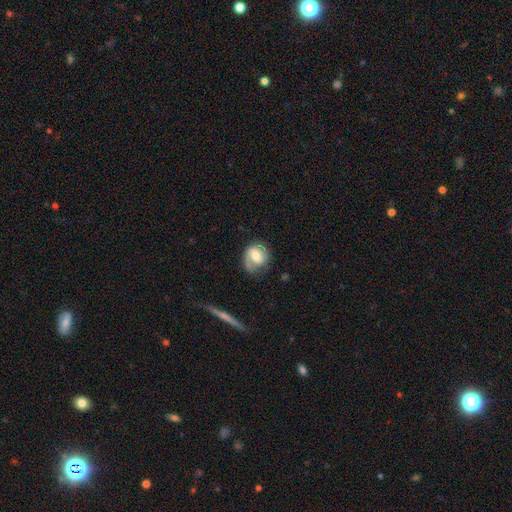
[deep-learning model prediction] Smooth or featured? Predicted: featured or disk (p=0.53). Edge-on disk? Predicted: no (p=0.96). Bar? Predicted: weak (p=0.43). Spiral arms? Predicted: yes (p=0.81). Bulge size? Predicted: moderate (p=0.63). Merging? Predicted: none (p=0.60).